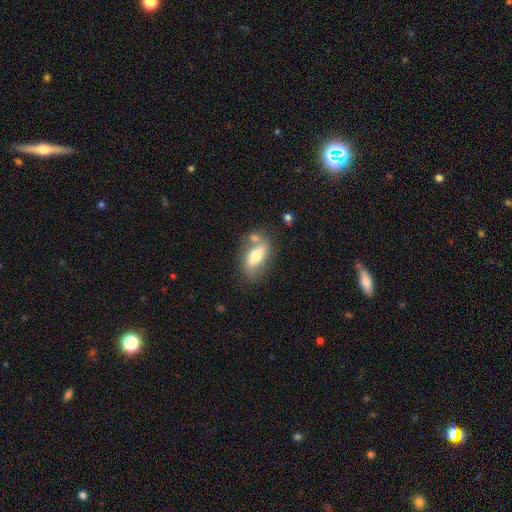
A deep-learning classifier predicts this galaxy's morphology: Overall: smooth (58%; featured or disk 35%). How rounded: in between (85%). Merging: none (50%; merger 23%).